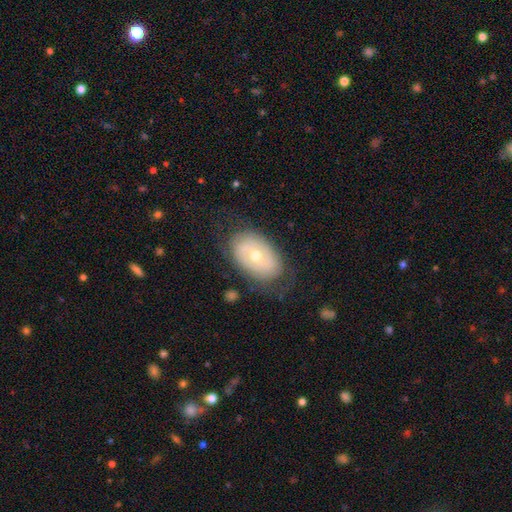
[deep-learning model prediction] smooth_or_featured: featured or disk (p=0.58) [alt: smooth p=0.36]
disk_edge_on: no (p=0.92) [alt: yes p=0.08]
bar: no (p=0.81) [alt: weak p=0.14]
has_spiral_arms: no (p=0.58) [alt: yes p=0.42]
bulge_size: moderate (p=0.57) [alt: small p=0.39]
merging: none (p=0.72) [alt: minor disturbance p=0.18]